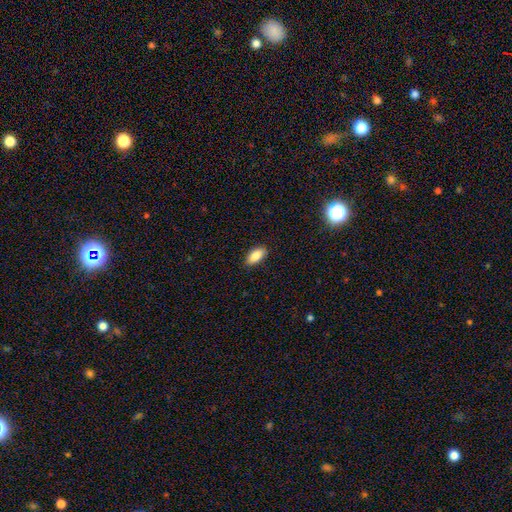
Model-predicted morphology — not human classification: smooth_or_featured: smooth (p=0.86) [alt: star or artifact p=0.07]
how_rounded: in between (p=0.90) [alt: cigar-shaped p=0.07]
merging: none (p=0.88) [alt: minor disturbance p=0.09]